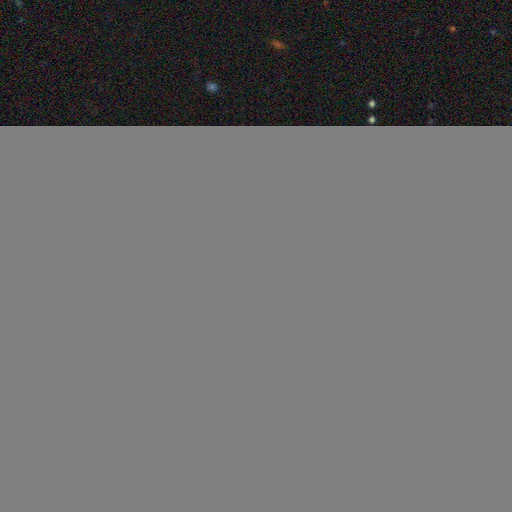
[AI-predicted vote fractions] Smooth or featured: smooth — 90% (star or artifact — 6%)
How rounded: in between — 95% (cigar-shaped — 3%)
Merging: none — 88% (minor disturbance — 9%)